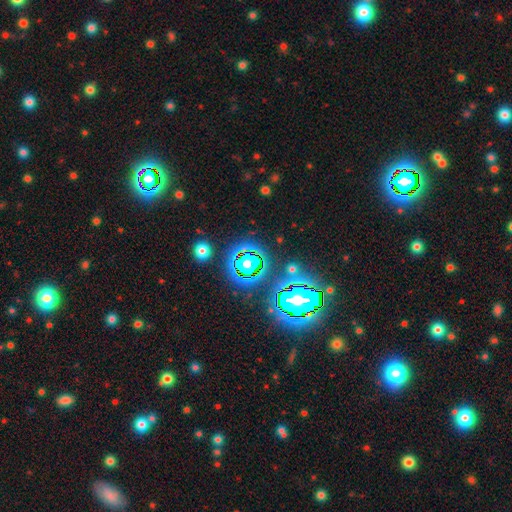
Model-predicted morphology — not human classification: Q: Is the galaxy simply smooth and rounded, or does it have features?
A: star or artifact — 83%.